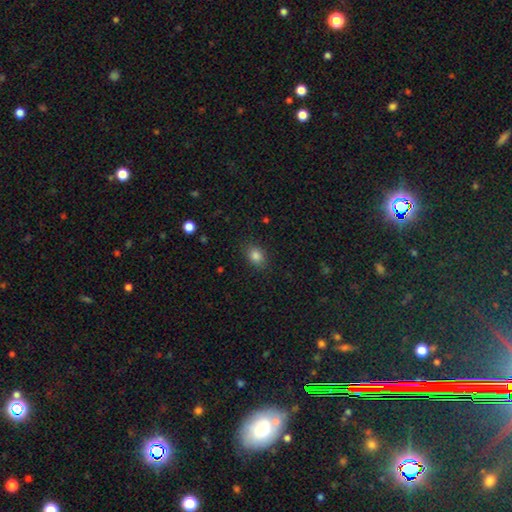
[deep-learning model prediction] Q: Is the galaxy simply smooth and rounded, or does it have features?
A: smooth — 84%.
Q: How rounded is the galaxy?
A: in between — 68%.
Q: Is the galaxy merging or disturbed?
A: none — 85%.